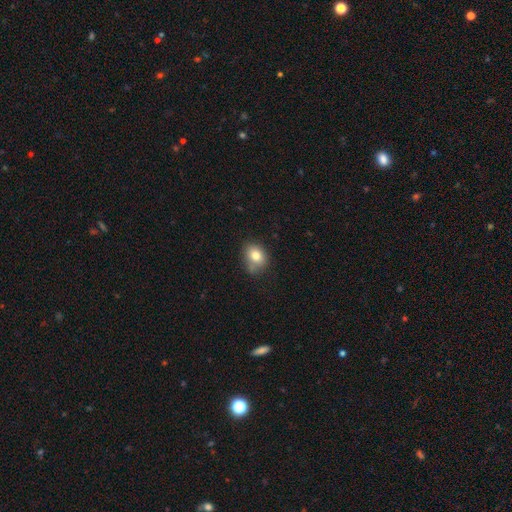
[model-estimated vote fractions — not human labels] A smooth galaxy with no disk features (79%) that is in between round and cigar-shaped (55%). Merging: none (63%).